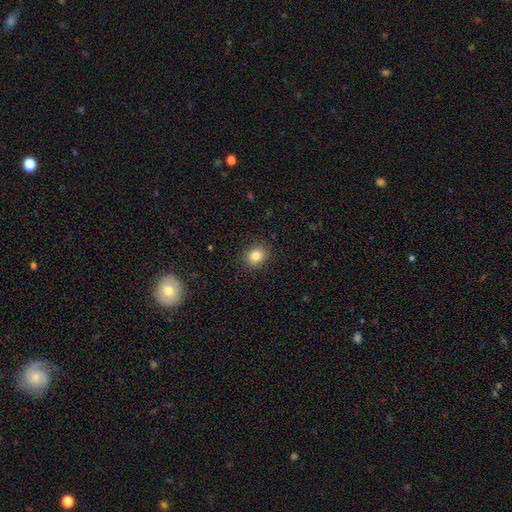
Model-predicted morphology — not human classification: This is clearly a smooth galaxy (84%). How rounded: likely round (65%). Merging: clearly none (89%).